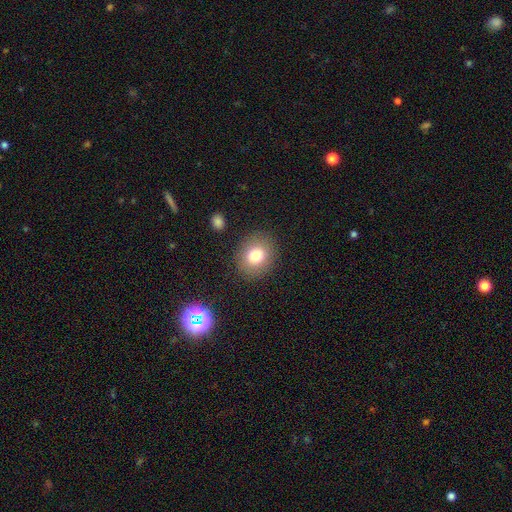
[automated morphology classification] The model was most divided on "how rounded": round: 68%, in between: 31%, cigar-shaped: 1%. More confident: merging — none (87%); smooth or featured — smooth (78%).